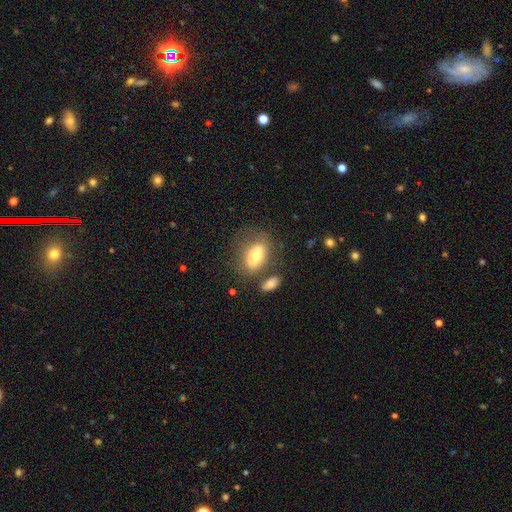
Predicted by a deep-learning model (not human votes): Smooth or featured? smooth (71%)
How rounded? in between (86%)
Merging? none (58%)